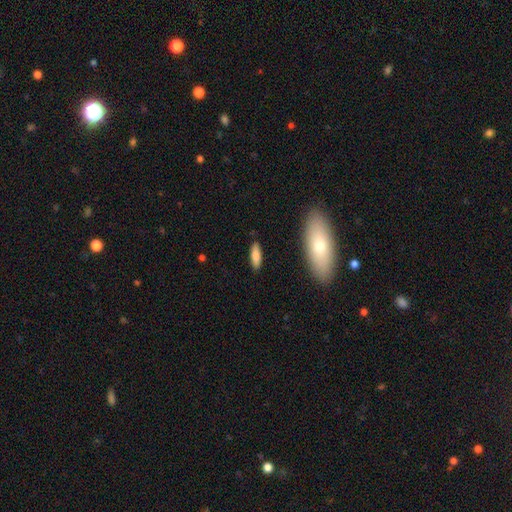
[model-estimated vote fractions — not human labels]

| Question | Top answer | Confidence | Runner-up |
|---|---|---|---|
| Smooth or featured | smooth | 81% | featured or disk (13%) |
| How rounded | in between | 52% | cigar-shaped (46%) |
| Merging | none | 86% | minor disturbance (10%) |